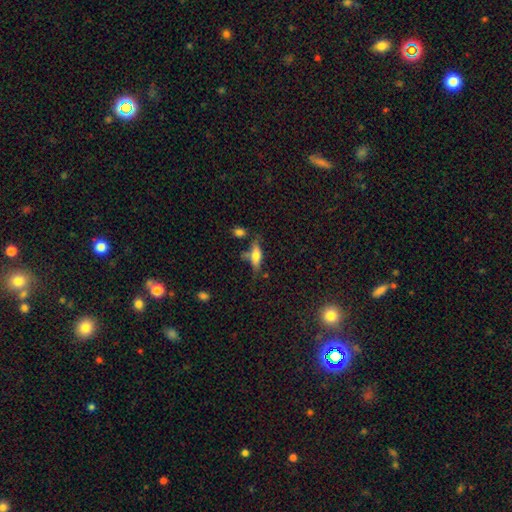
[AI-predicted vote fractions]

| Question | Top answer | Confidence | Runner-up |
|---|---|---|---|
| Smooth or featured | smooth | 59% | featured or disk (33%) |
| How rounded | in between | 52% | cigar-shaped (45%) |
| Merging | none | 59% | minor disturbance (20%) |